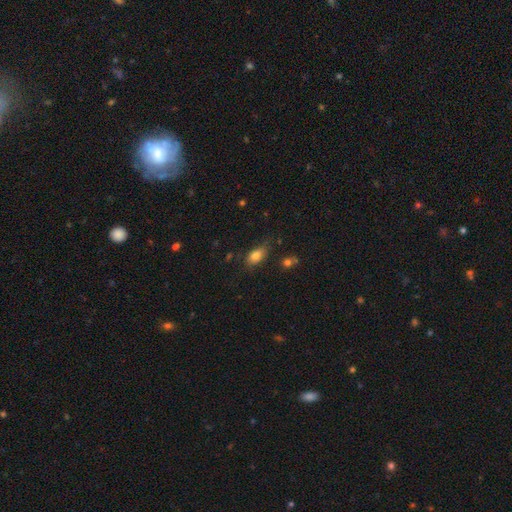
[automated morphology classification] smooth-or-featured: smooth: 80% | star or artifact: 10% | featured or disk: 10%
  how-rounded: in between: 85% | round: 9% | cigar-shaped: 5%
  merging: none: 67% | minor disturbance: 23% | major disturbance: 6% | merger: 3%